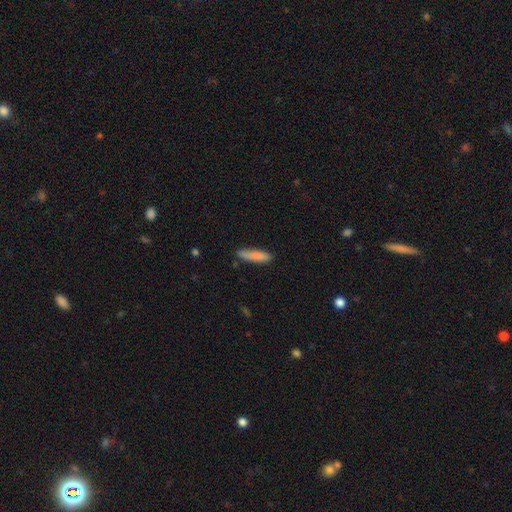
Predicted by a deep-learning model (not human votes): smooth_or_featured: smooth (p=0.85) [alt: featured or disk p=0.09]
how_rounded: cigar-shaped (p=0.83) [alt: in between p=0.16]
merging: none (p=0.78) [alt: minor disturbance p=0.17]